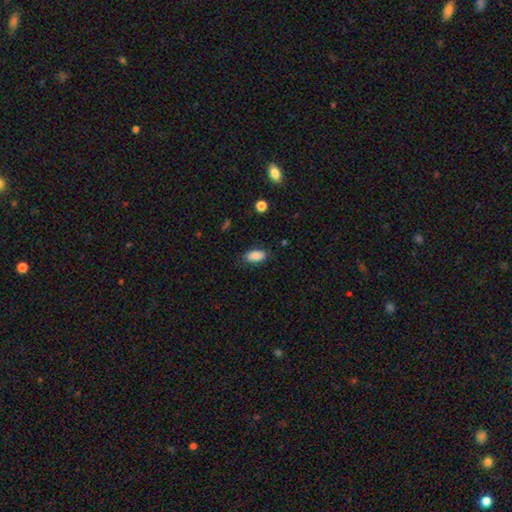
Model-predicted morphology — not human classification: A smooth galaxy with no disk features (87%) that is in between round and cigar-shaped (92%).

Vote fractions:
- Smooth or featured? smooth: 87% / star or artifact: 7% / featured or disk: 5%
- How rounded? in between: 92% / round: 4% / cigar-shaped: 4%
- Merging? none: 81% / minor disturbance: 14% / major disturbance: 3% / merger: 1%